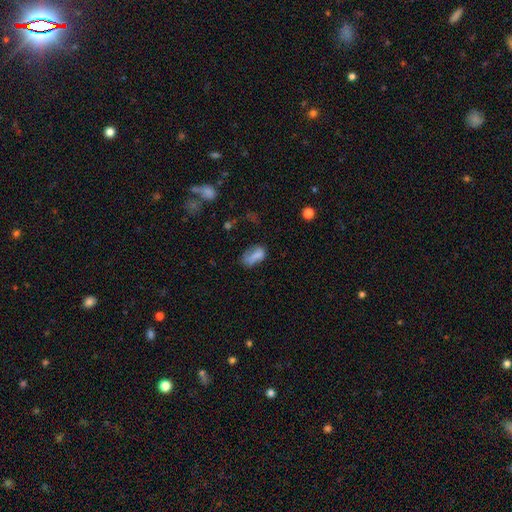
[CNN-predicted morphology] This appears to be a smooth galaxy with no disk features (75%) that is in between round and cigar-shaped (87%). Merging: none (42%).